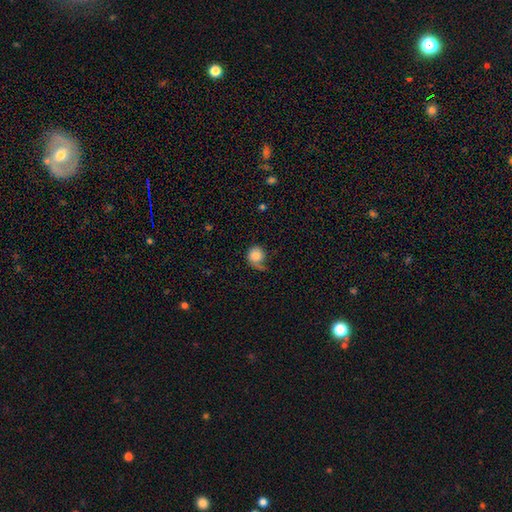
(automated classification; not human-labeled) A smooth galaxy with no disk features (77%) that is round (80%). Merging: none (38%).